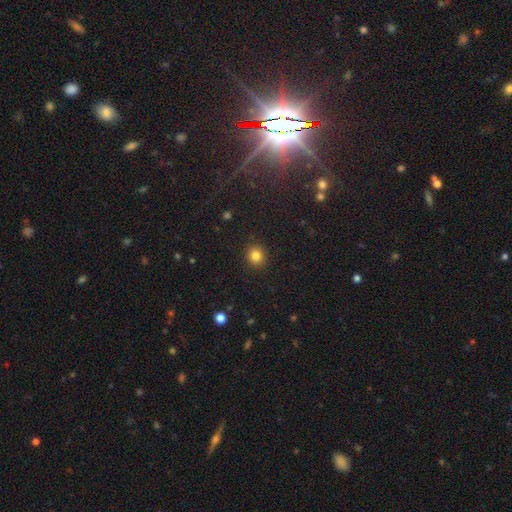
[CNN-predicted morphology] This is clearly a smooth galaxy (83%). How rounded: clearly round (87%). Merging: clearly none (91%).